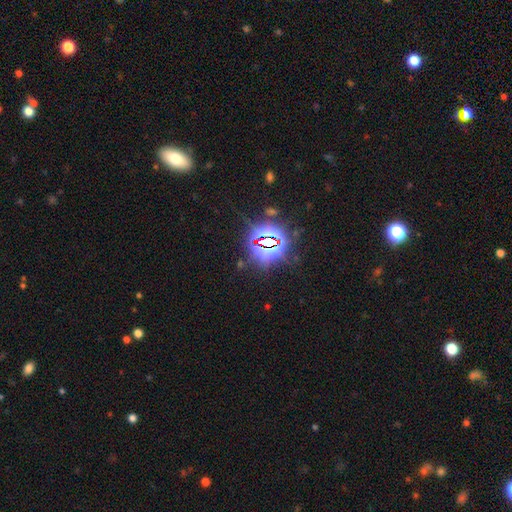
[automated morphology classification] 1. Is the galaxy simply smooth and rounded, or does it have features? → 80% star or artifact, 11% smooth, 9% featured or disk.